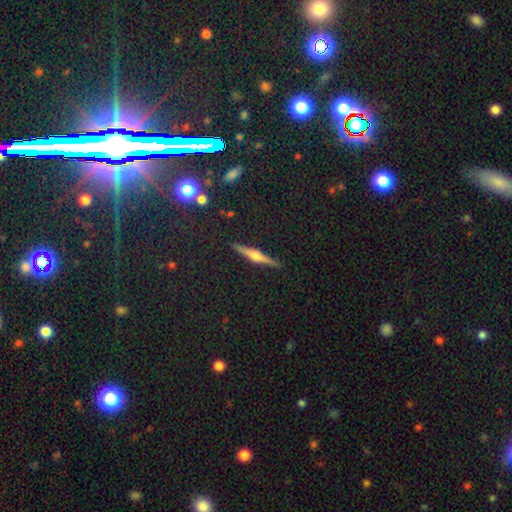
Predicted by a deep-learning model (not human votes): Smooth or featured? featured or disk (70%)
Edge-on disk? yes (97%)
Edge-on bulge? rounded (86%)
Merging? none (91%)